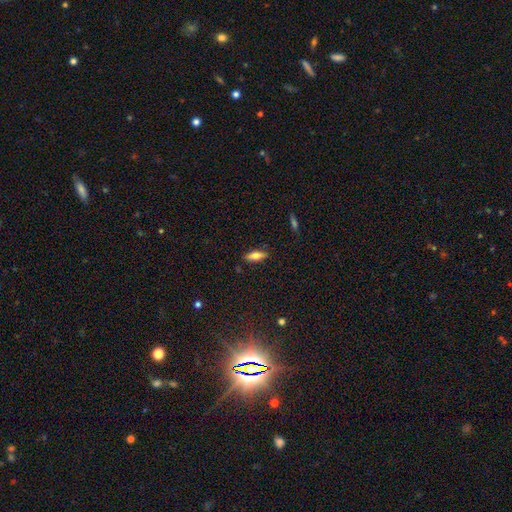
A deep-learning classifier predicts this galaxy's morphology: smooth 64%, featured or disk 29%, star or artifact 7%. Down the decision tree: how rounded — in between (59%); merging — none (86%).